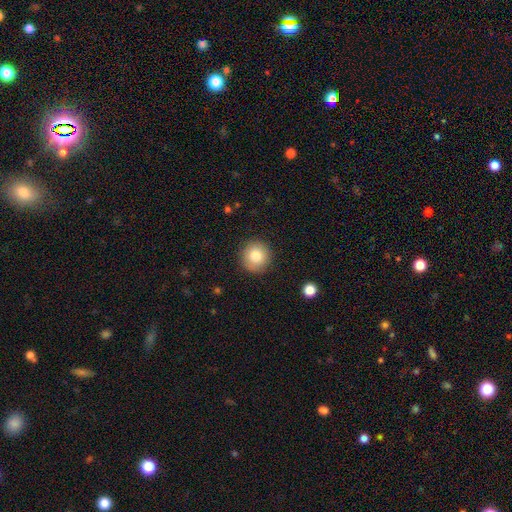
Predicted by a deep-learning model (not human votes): smooth_or_featured: smooth (p=0.80) [alt: featured or disk p=0.10]
how_rounded: round (p=0.94) [alt: in between p=0.05]
merging: none (p=0.91) [alt: minor disturbance p=0.06]